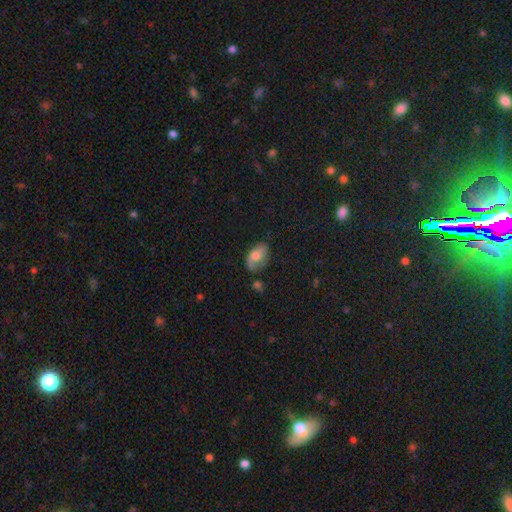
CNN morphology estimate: The model was most divided on "smooth or featured": smooth: 56%, featured or disk: 35%, star or artifact: 9%. More confident: how rounded — in between (90%); merging — none (55%).